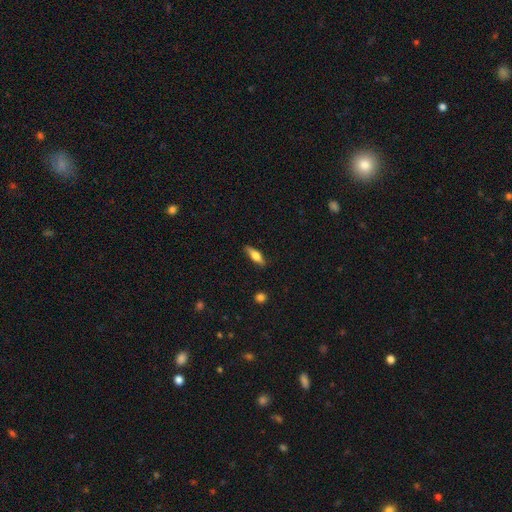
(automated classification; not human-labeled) A smooth galaxy with no disk features (59%) that is cigar-shaped (49%, tied with in between).

Vote fractions:
- Smooth or featured? smooth: 59% / featured or disk: 34% / star or artifact: 7%
- How rounded? cigar-shaped: 49% (tied) / in between: 49% (tied) / round: 3%
- Merging? none: 84% / minor disturbance: 12% / major disturbance: 3% / merger: 1%